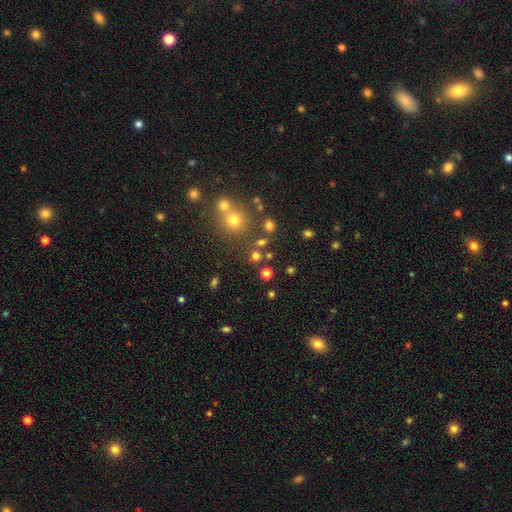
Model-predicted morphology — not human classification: Smooth or featured?
  - smooth: 68% *
  - star or artifact: 24%
  - featured or disk: 8%
How rounded?
  - round: 82% *
  - in between: 17%
  - cigar-shaped: 1%
Merging?
  - none: 72% *
  - merger: 16%
  - minor disturbance: 8%
  - major disturbance: 4%